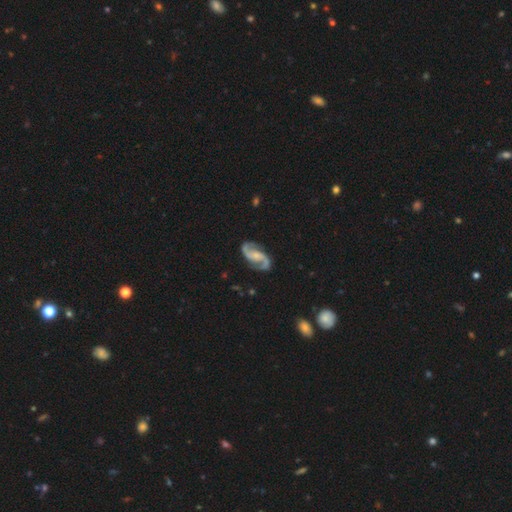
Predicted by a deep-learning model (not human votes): smooth-or-featured: featured or disk: 92% | smooth: 5% | star or artifact: 4%
  disk-edge-on: no: 98% | yes: 2%
    bar: no: 45% | weak: 40% | strong: 15%
    has-spiral-arms: yes: 98% | no: 2%
      spiral-winding: medium: 52% | loose: 34% | tight: 14%
      spiral-arm-count: 2: 94% | can't tell: 2% | 1: 1% | 3: 1% | 4: 1% | more than 4: 1%
    bulge-size: small: 41% | moderate: 28% | none: 26% | large: 5% | dominant: 1%
  merging: none: 81% | minor disturbance: 13% | major disturbance: 4% | merger: 2%